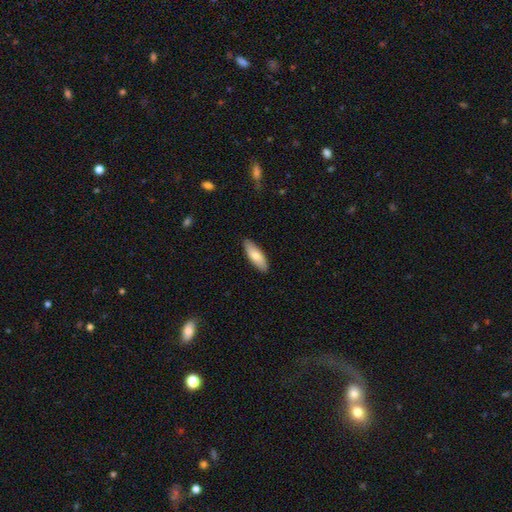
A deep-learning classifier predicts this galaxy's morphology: type=smooth (78%); roundness=in between (64%); merging=none (88%).